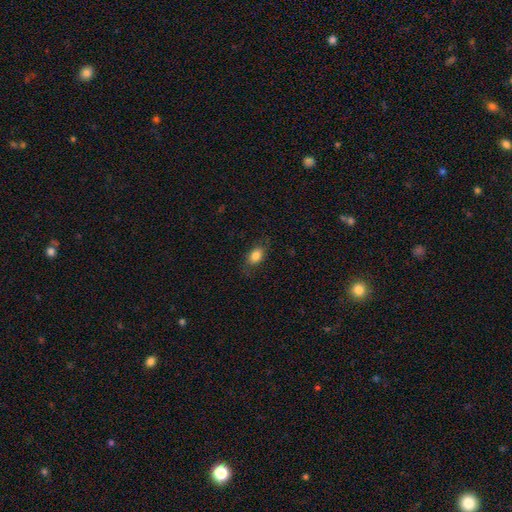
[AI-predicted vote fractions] This is clearly a smooth galaxy (83%). How rounded: clearly in between (82%). Merging: likely none (78%).